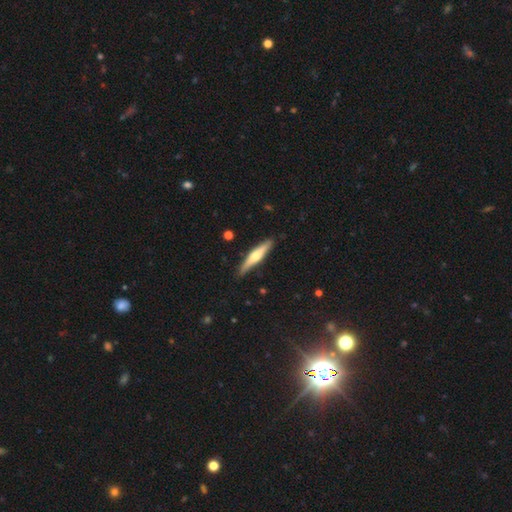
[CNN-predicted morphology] This appears to be a featured or disk galaxy (50%). Merging: none (88%).